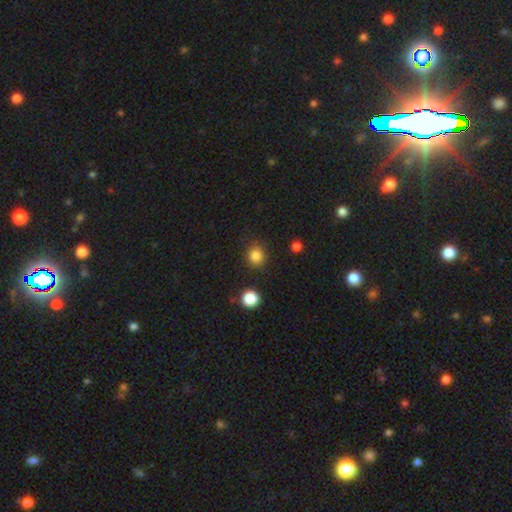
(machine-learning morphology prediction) smooth 84%, star or artifact 12%, featured or disk 4%. Down the decision tree: how rounded — round (87%); merging — none (85%).